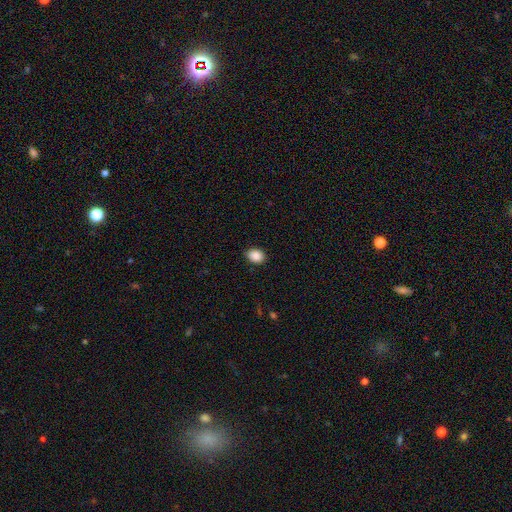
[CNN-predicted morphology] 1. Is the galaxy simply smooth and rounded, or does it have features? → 89% smooth, 8% star or artifact, 3% featured or disk.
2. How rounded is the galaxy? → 61% in between, 38% round, 1% cigar-shaped.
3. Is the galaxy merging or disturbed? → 86% none, 11% minor disturbance, 2% major disturbance, 1% merger.